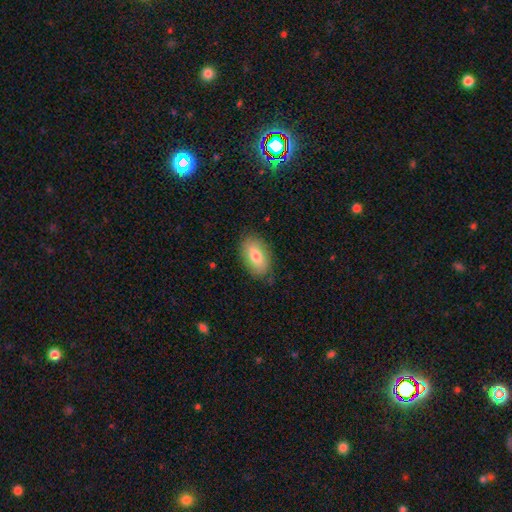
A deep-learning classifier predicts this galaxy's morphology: Smooth or featured? Predicted: smooth (p=0.76). How rounded? Predicted: in between (p=0.91). Merging? Predicted: none (p=0.82).